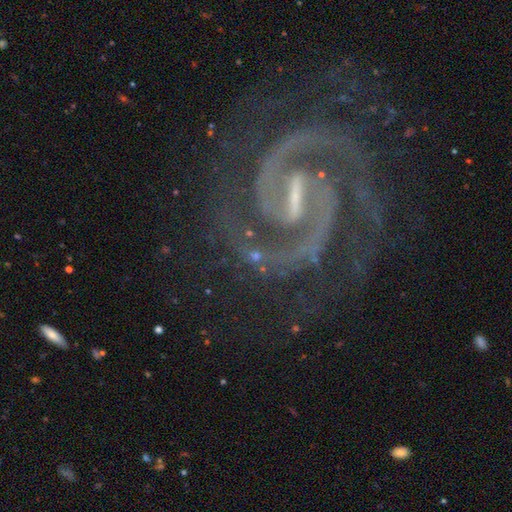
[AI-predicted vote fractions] A featured or disk galaxy (74%) with a strong bar (61%), 2 (86%) medium (48%) spiral arms (93%) and a small central bulge (45%). Merging: none (70%).